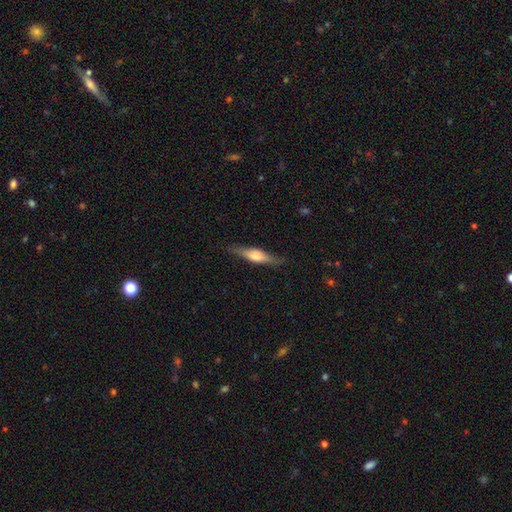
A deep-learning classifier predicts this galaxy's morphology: smooth-or-featured: featured or disk: 50% | smooth: 44% | star or artifact: 6%
  merging: none: 84% | minor disturbance: 12% | major disturbance: 3% | merger: 1%